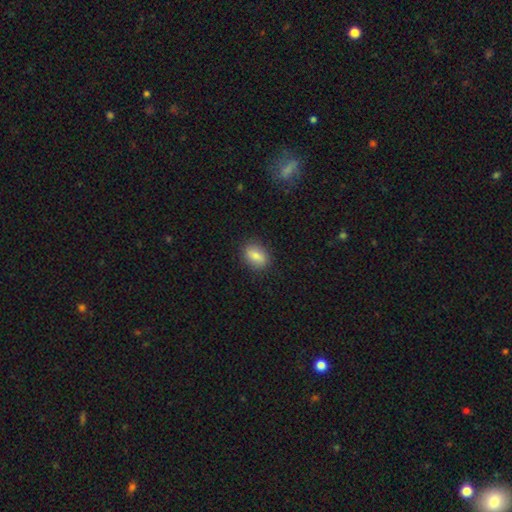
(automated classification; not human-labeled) A smooth galaxy with no disk features (82%) that is in between round and cigar-shaped (76%). Merging: none (87%).